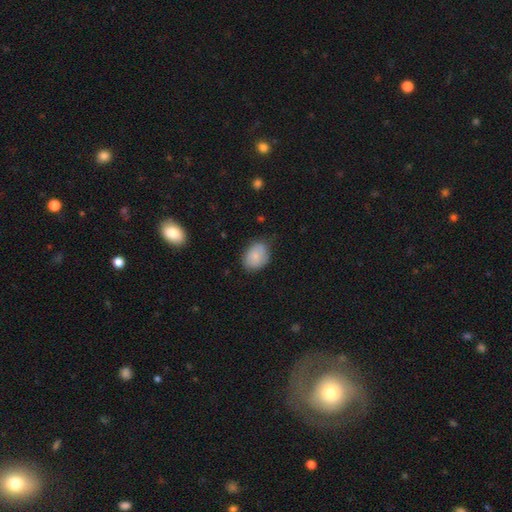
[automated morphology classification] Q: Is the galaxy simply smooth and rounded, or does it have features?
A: smooth — 82%.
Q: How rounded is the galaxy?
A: in between — 71%.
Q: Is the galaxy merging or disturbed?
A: none — 71%.